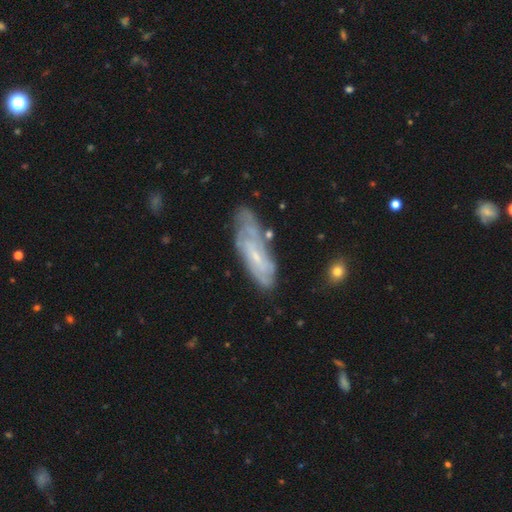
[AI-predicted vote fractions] featured or disk 70%, smooth 23%, star or artifact 7%. Down the decision tree: edge-on disk — no (83%); bar — no (53%); spiral arms — yes (82%); bulge size — small (71%); merging — none (62%).